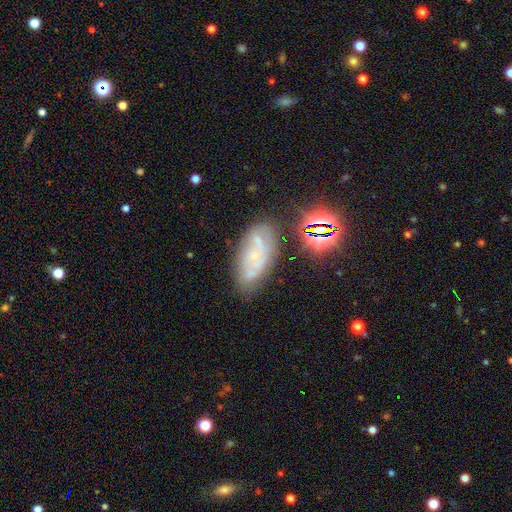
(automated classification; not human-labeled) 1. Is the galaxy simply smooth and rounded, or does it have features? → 59% featured or disk, 25% smooth, 16% star or artifact.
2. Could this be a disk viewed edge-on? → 93% no, 7% yes.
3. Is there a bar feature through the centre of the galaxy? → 72% no, 22% weak, 6% strong.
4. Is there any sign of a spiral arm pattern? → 69% yes, 31% no.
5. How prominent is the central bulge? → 69% small, 18% none, 11% moderate, 1% large, 1% dominant.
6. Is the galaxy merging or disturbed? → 62% none, 22% minor disturbance, 8% major disturbance, 8% merger.